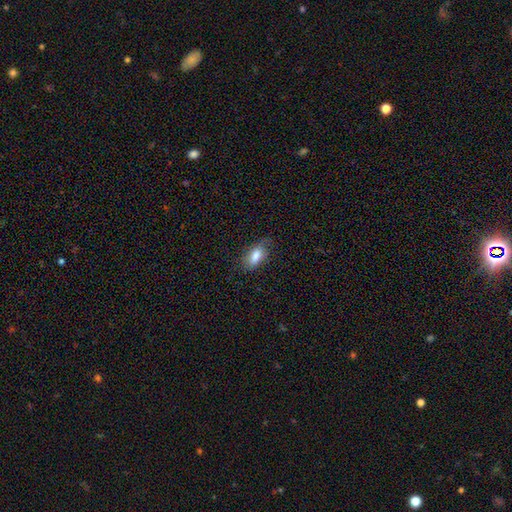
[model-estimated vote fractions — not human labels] This is likely a smooth galaxy (79%). How rounded: clearly in between (88%). Merging: likely none (67%).